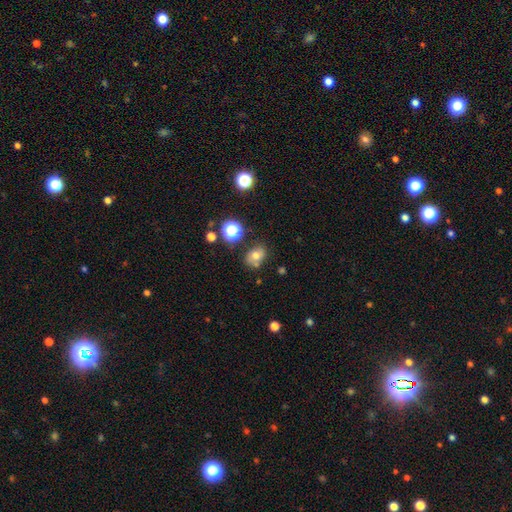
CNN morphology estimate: Smooth or featured?
  - smooth: 64% *
  - featured or disk: 20%
  - star or artifact: 16%
How rounded?
  - in between: 59% *
  - round: 40%
  - cigar-shaped: 1%
Merging?
  - none: 67% *
  - minor disturbance: 18%
  - merger: 10%
  - major disturbance: 5%